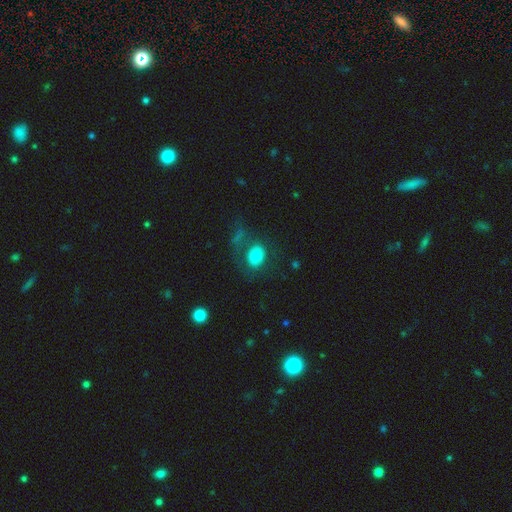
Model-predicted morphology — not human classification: This is likely a smooth galaxy (70%). How rounded: possibly round (50%). Merging: possibly none (52%).